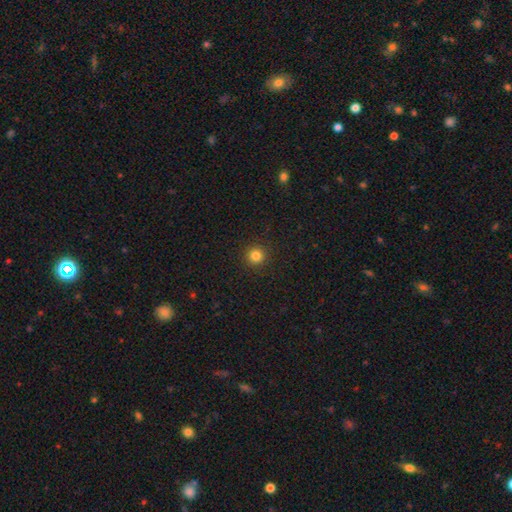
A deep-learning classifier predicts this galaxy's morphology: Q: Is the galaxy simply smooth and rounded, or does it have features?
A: smooth — 83%.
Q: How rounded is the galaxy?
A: round — 95%.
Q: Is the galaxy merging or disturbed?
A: none — 93%.